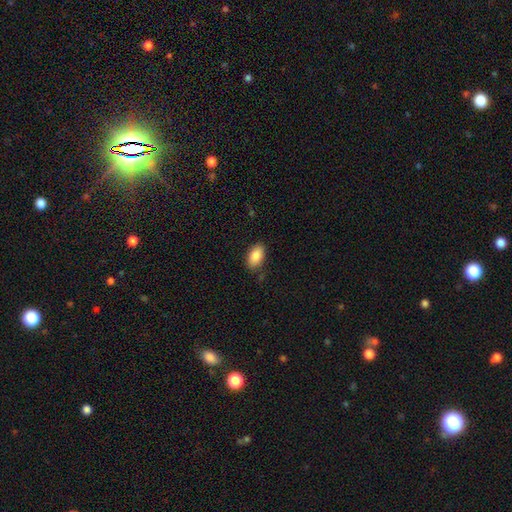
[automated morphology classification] Q: Smooth or featured?
A: smooth (87%); runner-up: star or artifact (7%)
Q: How rounded?
A: in between (94%); runner-up: round (4%)
Q: Merging?
A: none (83%); runner-up: minor disturbance (13%)